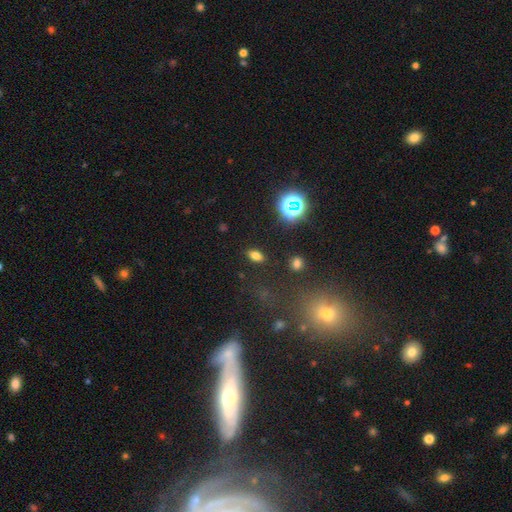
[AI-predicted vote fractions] smooth 72%, star or artifact 20%, featured or disk 9%. Down the decision tree: how rounded — in between (86%); merging — none (86%).